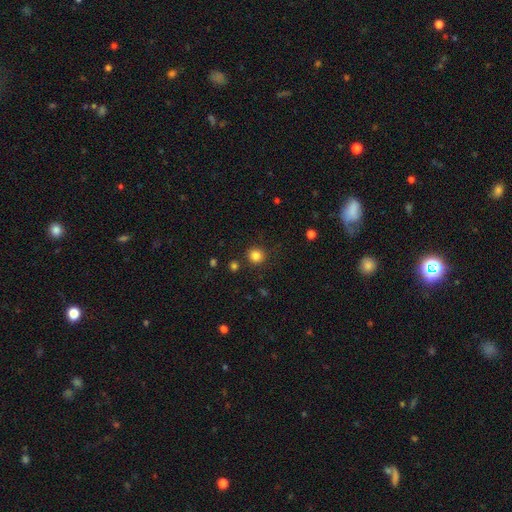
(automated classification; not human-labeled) Smooth or featured? Predicted: smooth (p=0.83). How rounded? Predicted: round (p=0.92). Merging? Predicted: none (p=0.88).